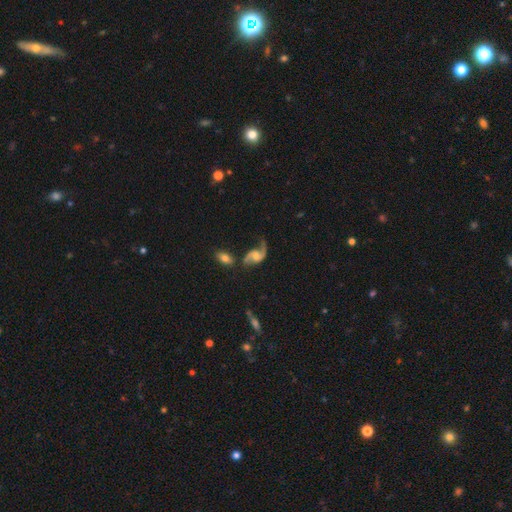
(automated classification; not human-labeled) Smooth or featured: featured or disk — 85% (smooth — 9%)
Edge-on disk: no — 97% (yes — 3%)
Bar: no — 52% (weak — 39%)
Spiral arms: yes — 95% (no — 5%)
Spiral winding: loose — 70% (medium — 24%)
Spiral arm count: 2 — 79% (1 — 16%)
Bulge size: moderate — 42% (small — 38%)
Merging: none — 48% (major disturbance — 21%)